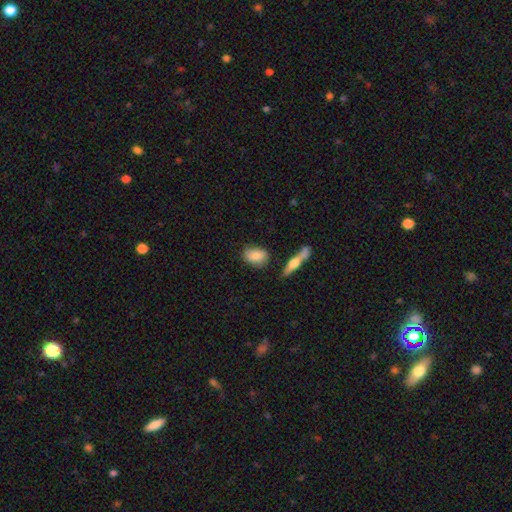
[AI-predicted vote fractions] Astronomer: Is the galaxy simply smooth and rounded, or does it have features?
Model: smooth — 80%.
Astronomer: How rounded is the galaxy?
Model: in between — 78%.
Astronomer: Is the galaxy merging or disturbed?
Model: none — 76%.